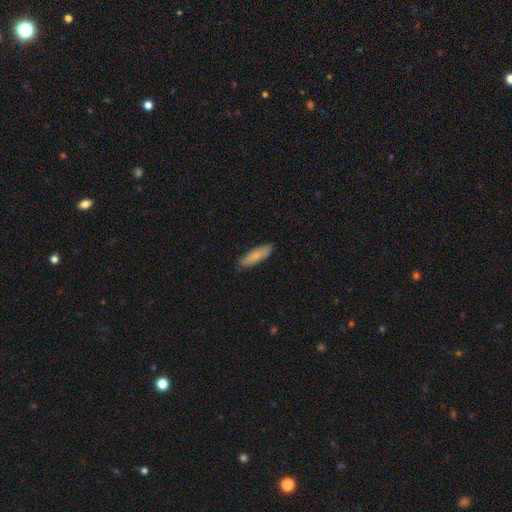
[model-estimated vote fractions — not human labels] A smooth galaxy with no disk features (79%) that is cigar-shaped (57%).

Vote fractions:
- Smooth or featured? smooth: 79% / featured or disk: 15% / star or artifact: 5%
- How rounded? cigar-shaped: 57% / in between: 41% / round: 2%
- Merging? none: 84% / minor disturbance: 13% / major disturbance: 2% / merger: 1%